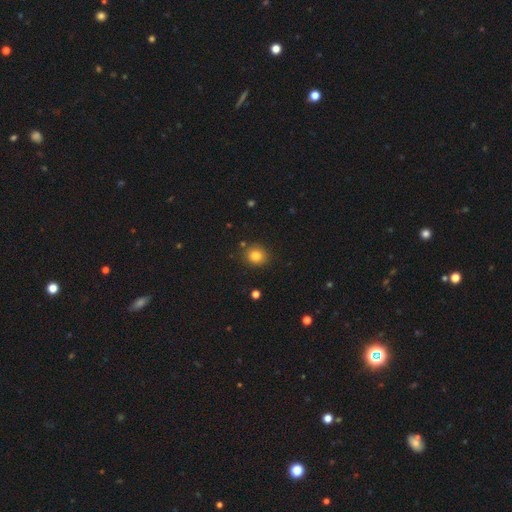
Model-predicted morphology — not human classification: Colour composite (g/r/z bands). It shows a smooth galaxy with no disk features (81%) that is round (86%). Merging: none (87%).